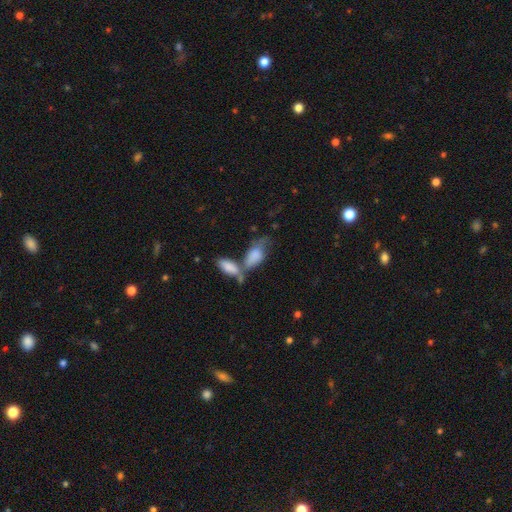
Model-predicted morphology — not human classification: A smooth galaxy with no disk features (76%) that is in between round and cigar-shaped (87%).

Vote fractions:
- Smooth or featured? smooth: 76% / featured or disk: 17% / star or artifact: 7%
- How rounded? in between: 87% / cigar-shaped: 9% / round: 4%
- Merging? merger: 53% / none: 21% / minor disturbance: 14% / major disturbance: 12%